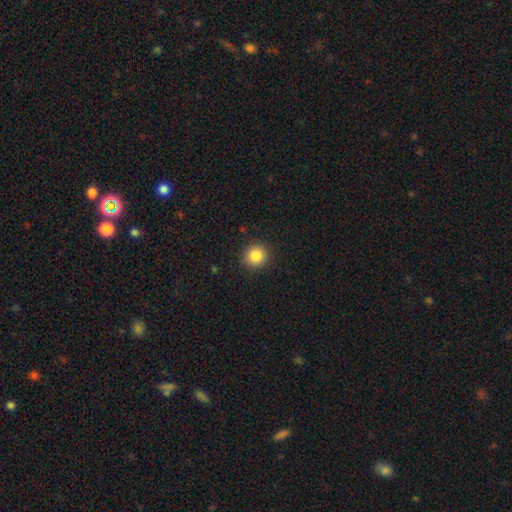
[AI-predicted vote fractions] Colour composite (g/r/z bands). It shows a smooth galaxy with no disk features (85%) that is round (91%). Merging: none (90%).